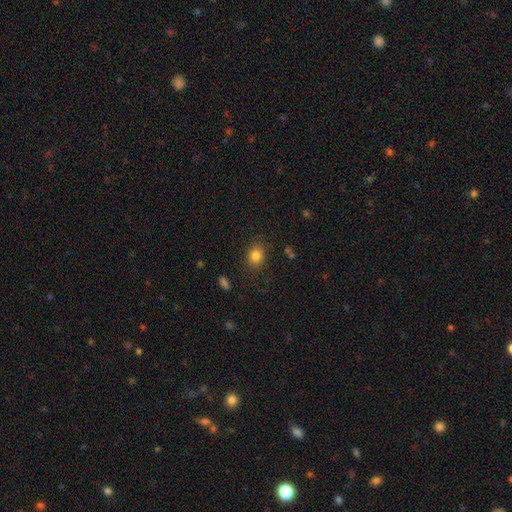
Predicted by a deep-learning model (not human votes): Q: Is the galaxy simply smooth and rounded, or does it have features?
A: smooth — 83%.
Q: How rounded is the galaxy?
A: round — 50%.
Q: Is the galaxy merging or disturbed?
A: none — 85%.